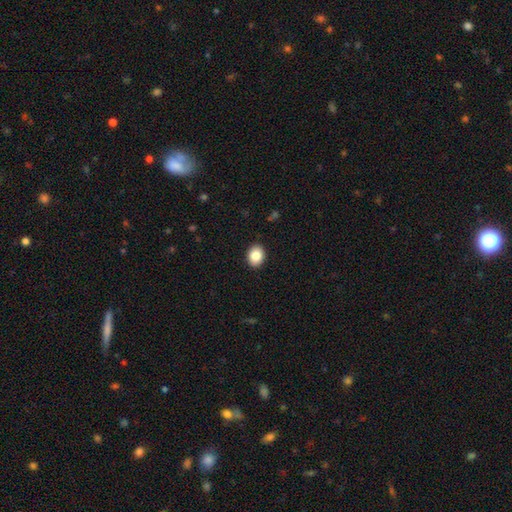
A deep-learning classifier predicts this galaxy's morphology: A smooth galaxy with no disk features (86%) that is in between round and cigar-shaped (61%). Merging: none (91%).